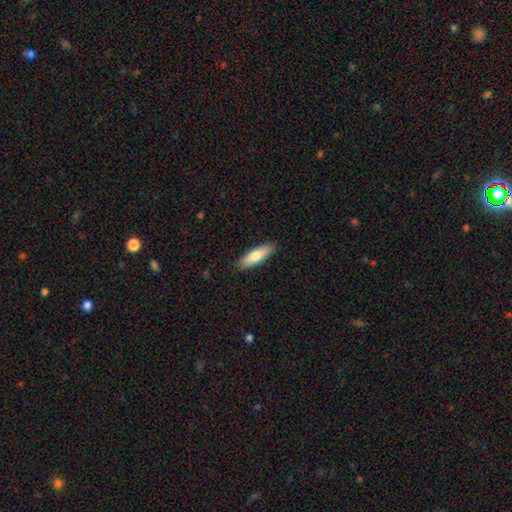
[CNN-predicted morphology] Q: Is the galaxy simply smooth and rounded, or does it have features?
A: smooth — 76%.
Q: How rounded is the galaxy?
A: cigar-shaped — 53%.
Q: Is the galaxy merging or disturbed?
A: none — 89%.